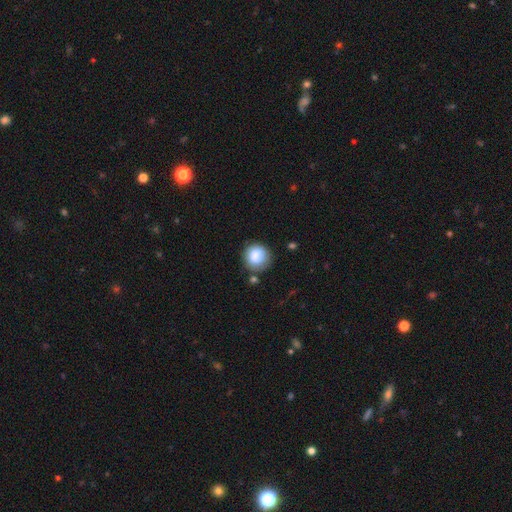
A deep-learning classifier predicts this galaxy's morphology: This appears to be a smooth galaxy with no disk features (82%) that is round (87%). Merging: none (71%).